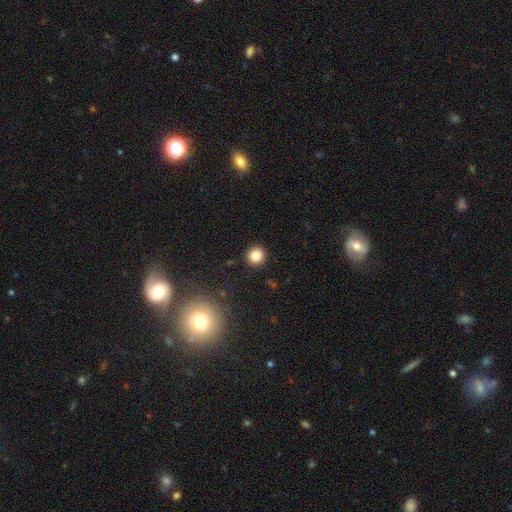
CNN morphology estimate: Q: Smooth or featured?
A: smooth (83%); runner-up: star or artifact (12%)
Q: How rounded?
A: round (94%); runner-up: in between (5%)
Q: Merging?
A: none (92%); runner-up: minor disturbance (5%)